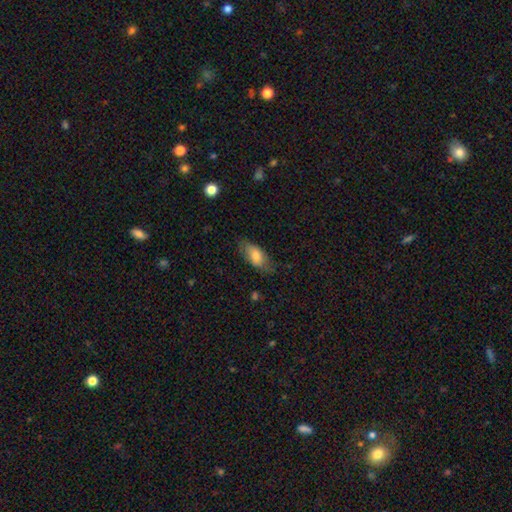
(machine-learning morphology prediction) This is likely a smooth galaxy (73%). How rounded: clearly in between (85%). Merging: likely none (69%).